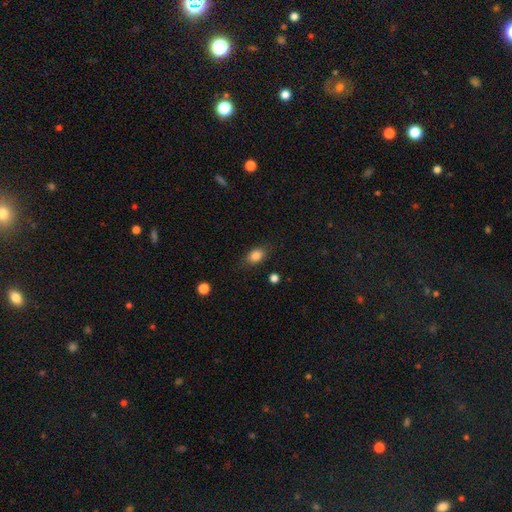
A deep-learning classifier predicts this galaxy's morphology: smooth_or_featured: smooth (p=0.84) [alt: star or artifact p=0.09]
how_rounded: in between (p=0.75) [alt: round p=0.23]
merging: none (p=0.81) [alt: minor disturbance p=0.14]